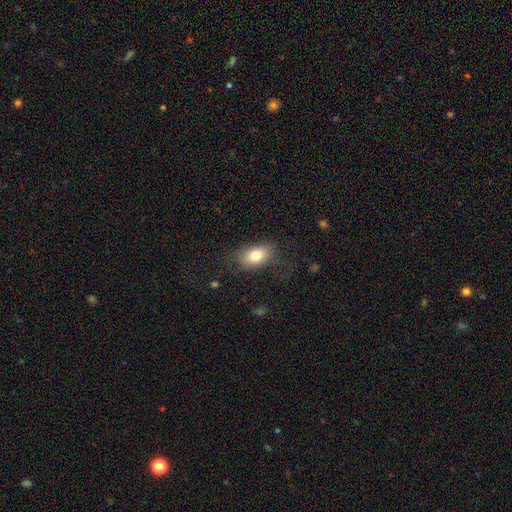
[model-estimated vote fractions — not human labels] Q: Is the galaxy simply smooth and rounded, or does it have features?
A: smooth — 78%.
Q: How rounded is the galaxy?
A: in between — 85%.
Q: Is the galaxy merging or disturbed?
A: none — 73%.